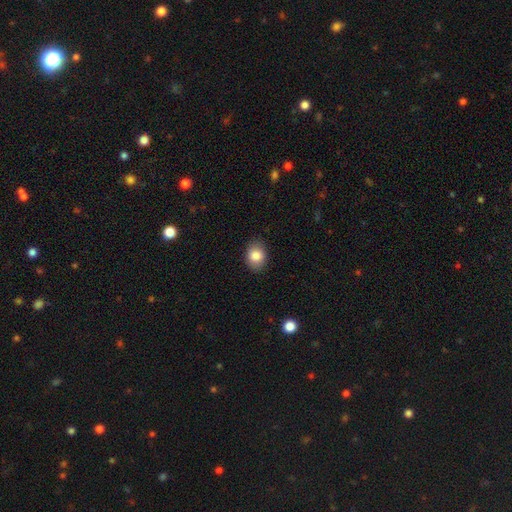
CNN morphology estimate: This is clearly a smooth galaxy (85%). How rounded: likely in between (64%). Merging: clearly none (86%).